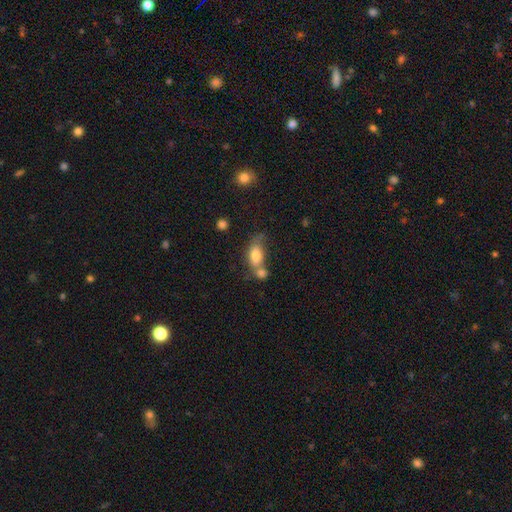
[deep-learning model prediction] Smooth or featured? Predicted: smooth (p=0.77). How rounded? Predicted: in between (p=0.83). Merging? Predicted: merger (p=0.50).